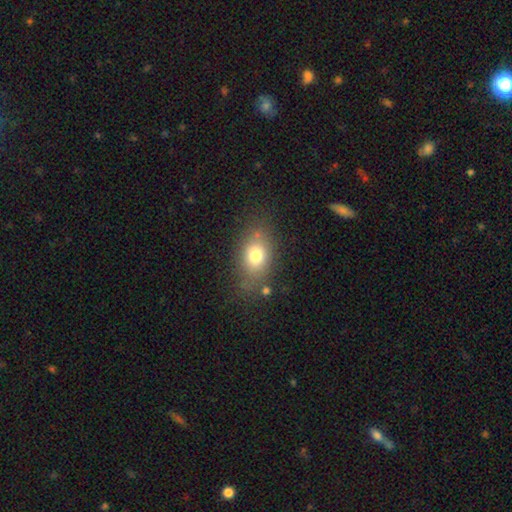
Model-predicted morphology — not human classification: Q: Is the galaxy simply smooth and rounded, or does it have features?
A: smooth — 75%.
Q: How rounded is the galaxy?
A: in between — 72%.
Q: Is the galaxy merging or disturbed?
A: none — 72%.